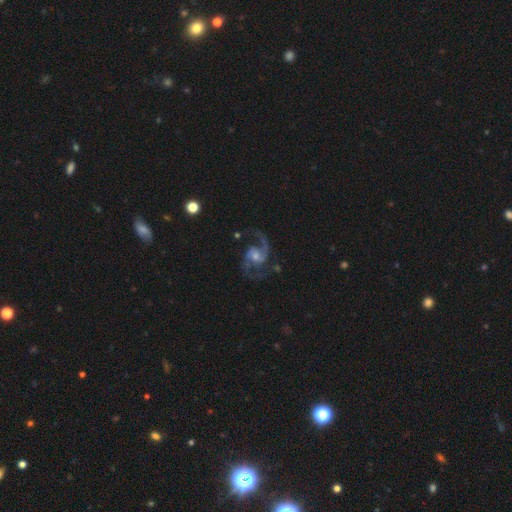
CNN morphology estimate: Smooth or featured? featured or disk (92%)
Edge-on disk? no (98%)
Bar? no (54%)
Spiral arms? yes (98%)
Spiral winding? medium (59%)
Spiral arm count? 2 (92%)
Bulge size? moderate (47%)
Merging? none (74%)